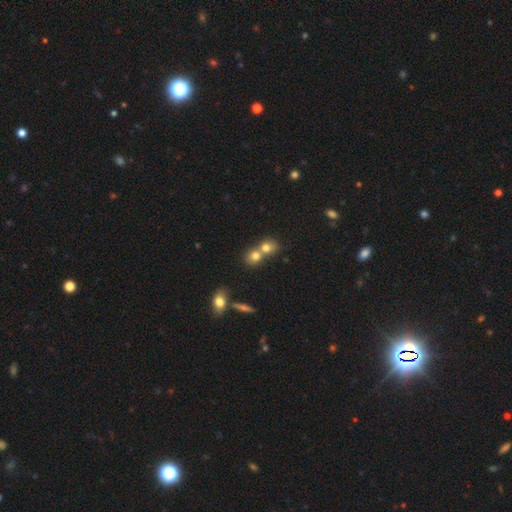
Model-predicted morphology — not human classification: smooth-or-featured: smooth: 74% | featured or disk: 14% | star or artifact: 12%
  how-rounded: round: 71% | in between: 28% | cigar-shaped: 2%
  merging: merger: 63% | none: 29% | minor disturbance: 5% | major disturbance: 2%